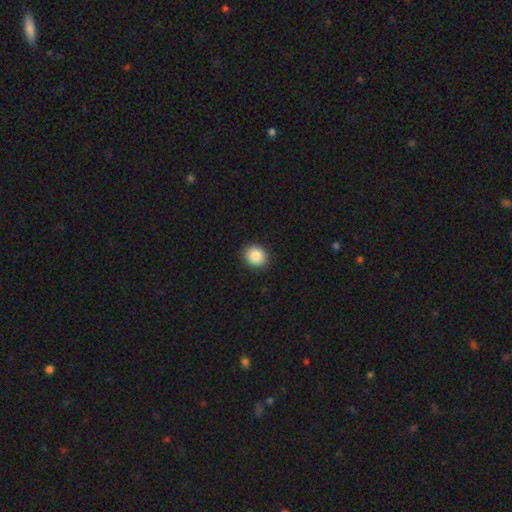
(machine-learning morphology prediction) Overall: smooth (87%). How rounded: round (74%). Merging: none (91%).